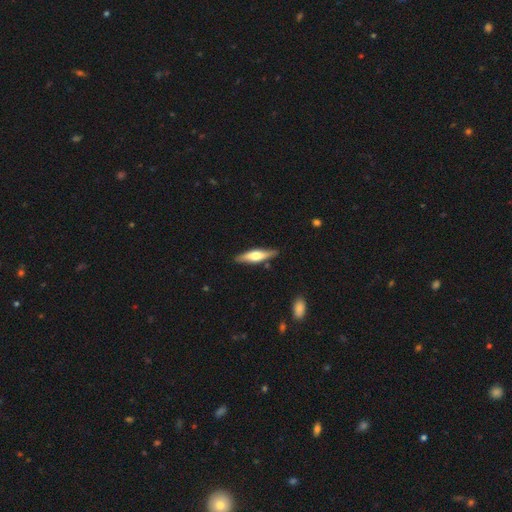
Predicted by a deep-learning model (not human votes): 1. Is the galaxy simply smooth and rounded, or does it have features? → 50% featured or disk, 44% smooth, 5% star or artifact.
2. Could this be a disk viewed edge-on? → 91% yes, 9% no.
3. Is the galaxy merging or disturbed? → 86% none, 10% minor disturbance, 2% major disturbance, 2% merger.